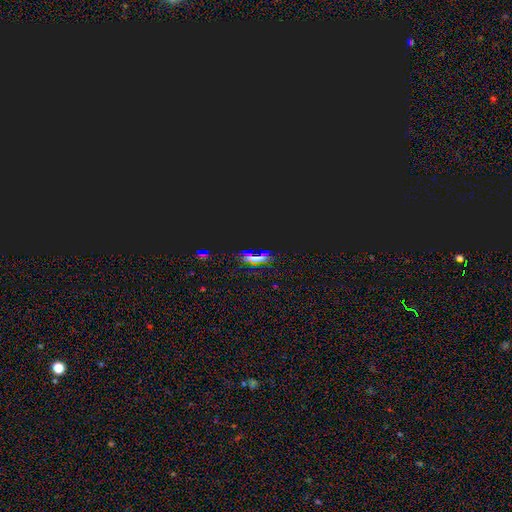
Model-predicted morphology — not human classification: Q: Smooth or featured?
A: star or artifact (68%); runner-up: smooth (23%)